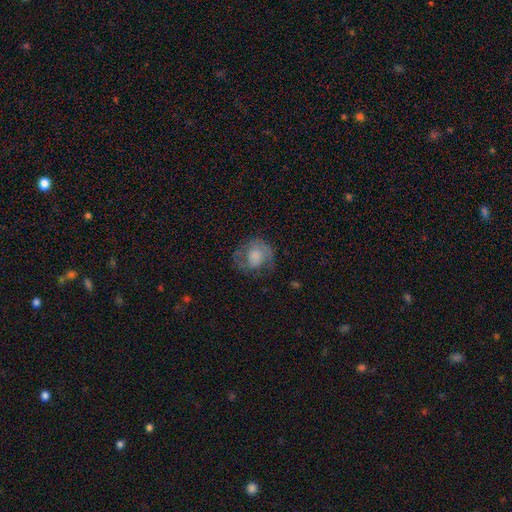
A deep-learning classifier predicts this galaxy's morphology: Smooth or featured: featured or disk — 52% (smooth — 40%)
Edge-on disk: no — 97% (yes — 3%)
Bar: no — 72% (weak — 23%)
Spiral arms: yes — 79% (no — 21%)
Bulge size: large — 33% (moderate — 26%)
Merging: none — 61% (minor disturbance — 21%)